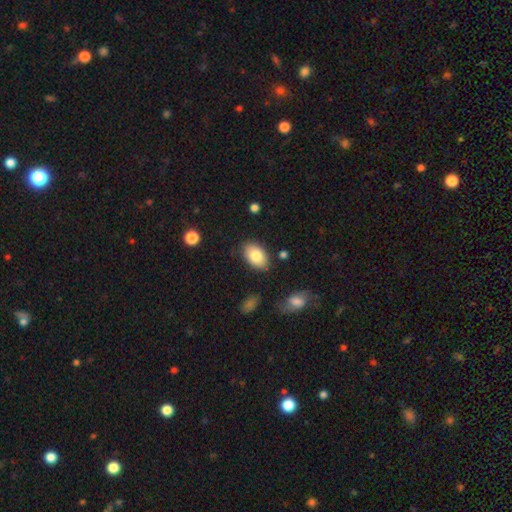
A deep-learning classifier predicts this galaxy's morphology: The model was most divided on "smooth or featured": smooth: 82%, featured or disk: 11%, star or artifact: 7%. More confident: how rounded — in between (89%); merging — none (84%).